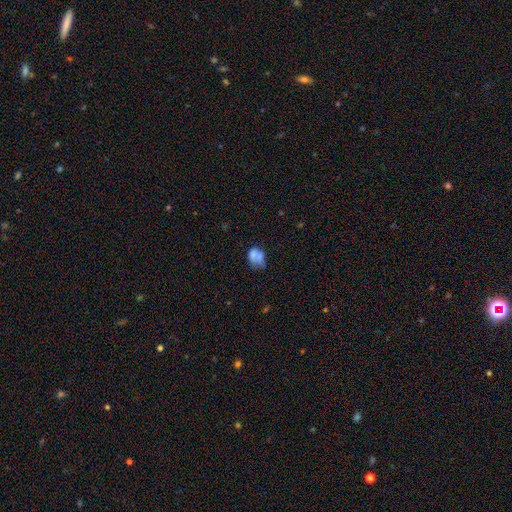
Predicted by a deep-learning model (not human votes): Smooth or featured: smooth — 65% (featured or disk — 24%)
How rounded: in between — 62% (round — 37%)
Merging: none — 37% (minor disturbance — 26%)